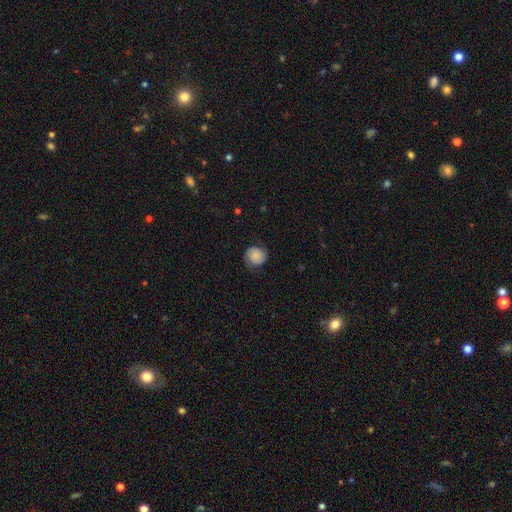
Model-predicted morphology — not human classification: This appears to be a smooth galaxy with no disk features (67%) that is round (85%). Merging: none (78%).